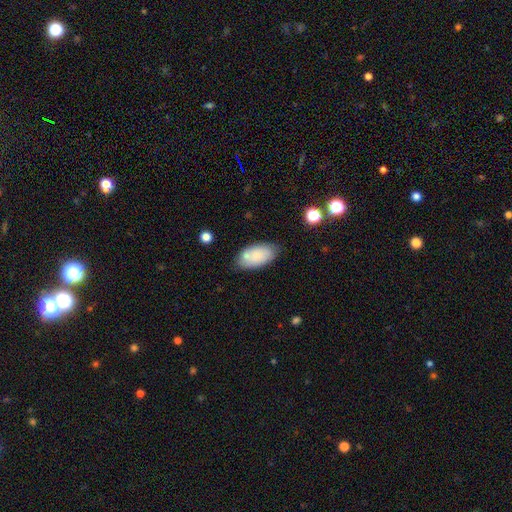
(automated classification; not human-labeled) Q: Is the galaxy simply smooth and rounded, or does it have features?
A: smooth — 79%.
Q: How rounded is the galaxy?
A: in between — 94%.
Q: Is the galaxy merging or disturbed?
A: none — 71%.